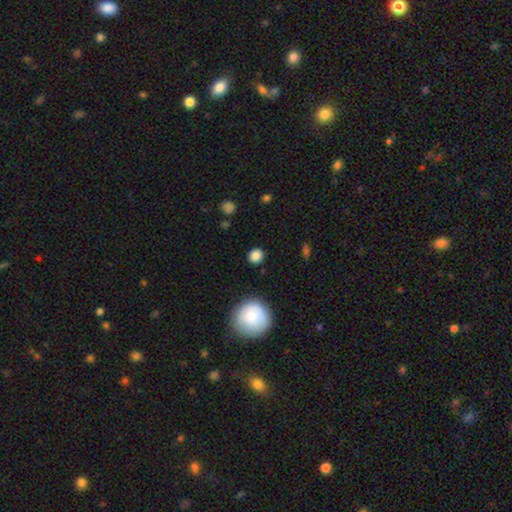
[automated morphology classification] smooth_or_featured: smooth (p=0.84) [alt: star or artifact p=0.10]
how_rounded: round (p=0.83) [alt: in between p=0.16]
merging: none (p=0.85) [alt: minor disturbance p=0.10]